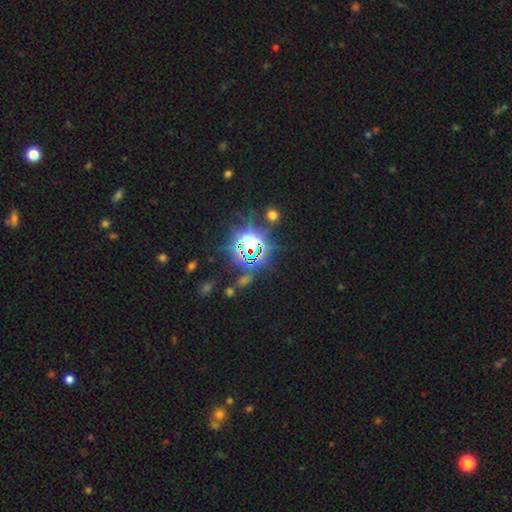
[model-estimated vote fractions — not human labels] smooth-or-featured: star or artifact: 81% | smooth: 12% | featured or disk: 7%